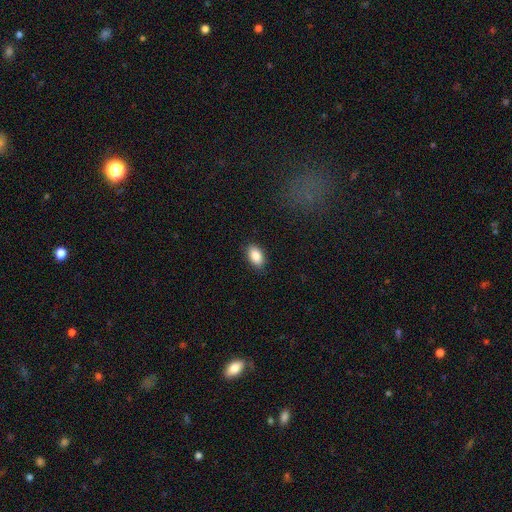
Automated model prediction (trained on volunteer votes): Q: Smooth or featured?
A: smooth (88%); runner-up: star or artifact (7%)
Q: How rounded?
A: in between (93%); runner-up: round (6%)
Q: Merging?
A: none (88%); runner-up: minor disturbance (9%)